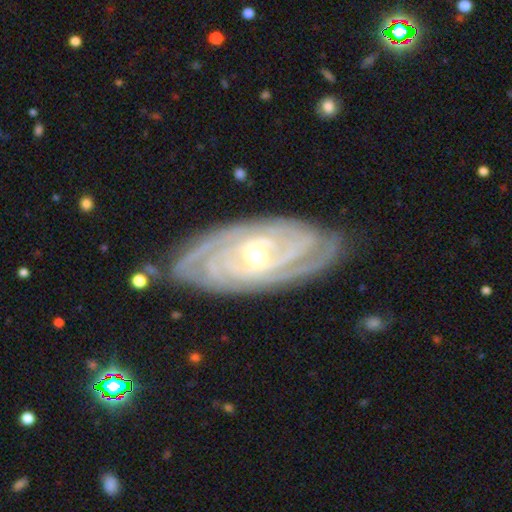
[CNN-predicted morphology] This appears to be a featured or disk galaxy (90%) with no bar (44%), 3 (24%) tight (82%) spiral arms (98%) and a moderate central bulge (54%). Merging: none (82%).